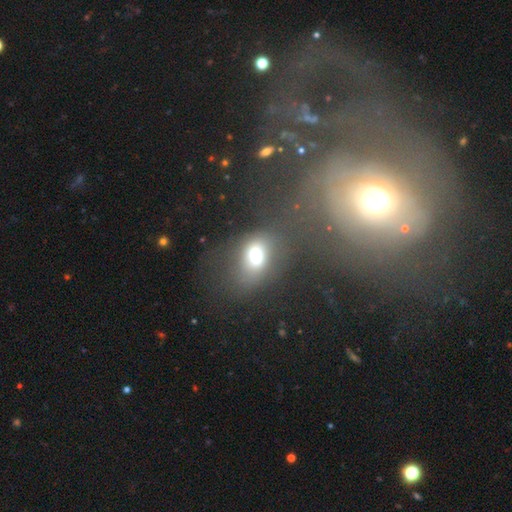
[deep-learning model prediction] A smooth galaxy with no disk features (68%) that is in between round and cigar-shaped (58%). Merging: none (57%).